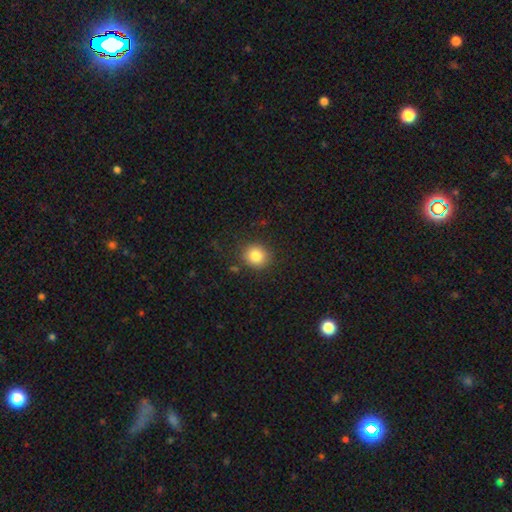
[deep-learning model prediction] smooth_or_featured: smooth (p=0.83) [alt: star or artifact p=0.10]
how_rounded: round (p=0.85) [alt: in between p=0.14]
merging: none (p=0.86) [alt: minor disturbance p=0.09]